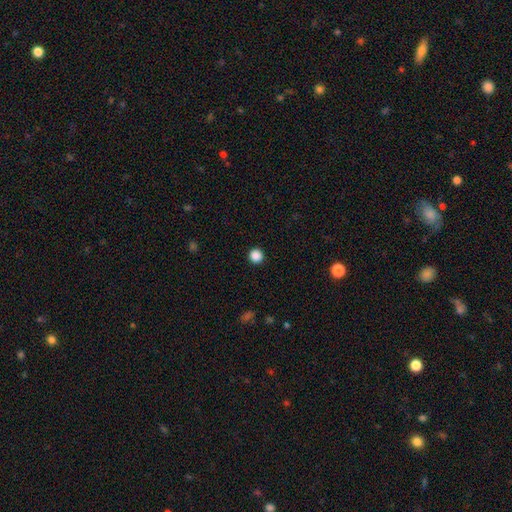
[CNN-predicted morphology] This is clearly a smooth galaxy (87%). How rounded: clearly round (95%). Merging: clearly none (93%).